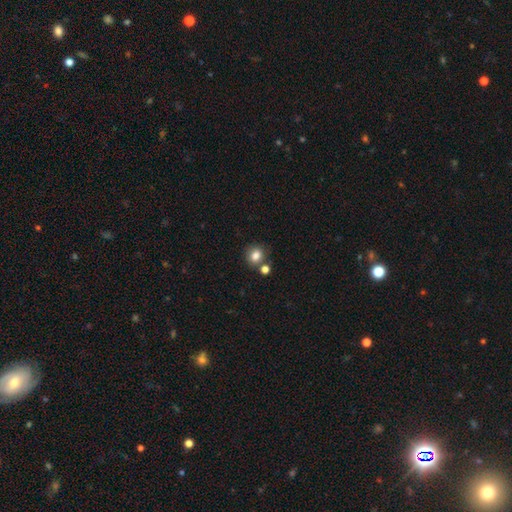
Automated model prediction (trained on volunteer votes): Overall: smooth (82%). How rounded: round (78%). Merging: none (72%).